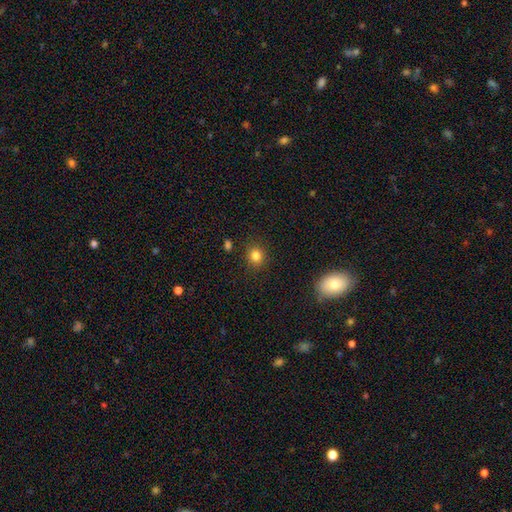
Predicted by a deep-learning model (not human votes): A smooth galaxy with no disk features (83%) that is round (85%).

Vote fractions:
- Smooth or featured? smooth: 83% / star or artifact: 12% / featured or disk: 5%
- How rounded? round: 85% / in between: 14% / cigar-shaped: 1%
- Merging? none: 87% / minor disturbance: 8% / major disturbance: 3% / merger: 2%